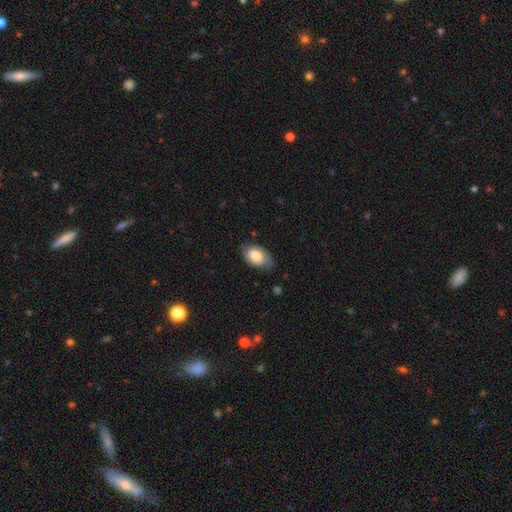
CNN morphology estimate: This is likely a smooth galaxy (79%). How rounded: clearly in between (90%). Merging: likely none (66%).